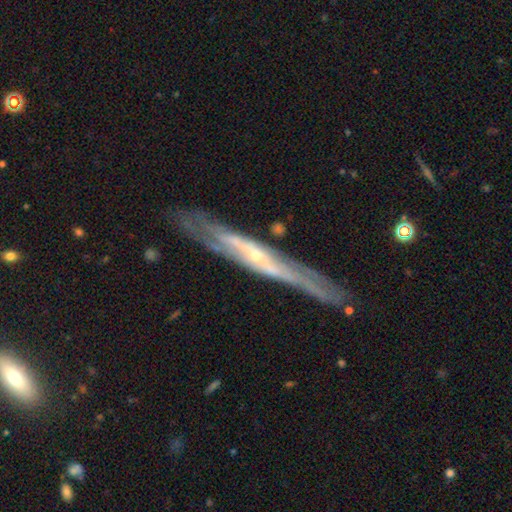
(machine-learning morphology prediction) Overall: featured or disk (80%). Edge-on disk: yes (73%). Edge-on bulge: rounded (51%; none 45%). Merging: none (79%).